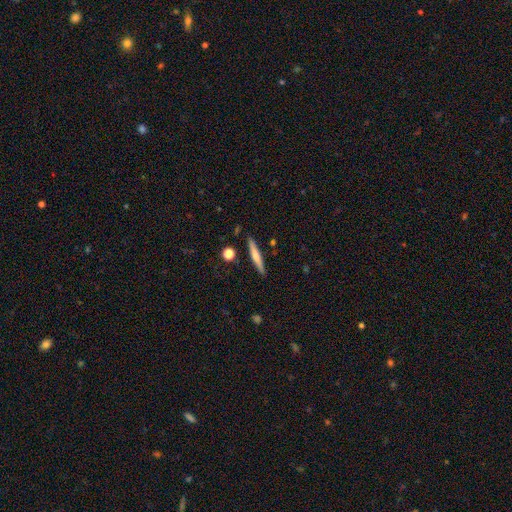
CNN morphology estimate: Smooth or featured: smooth — 54% (featured or disk — 40%)
How rounded: cigar-shaped — 93% (in between — 5%)
Merging: none — 89% (minor disturbance — 7%)